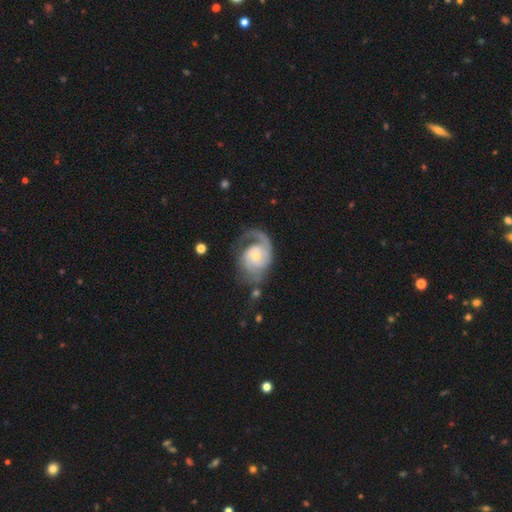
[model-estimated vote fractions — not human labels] The model was most divided on "spiral winding": medium: 43%, tight: 35%, loose: 21%. Remaining: edge-on disk — no (98%); spiral arms — yes (96%); smooth or featured — featured or disk (86%); bar — no (68%); bulge size — small (54%); merging — none (51%); spiral arm count — 2 (49%).